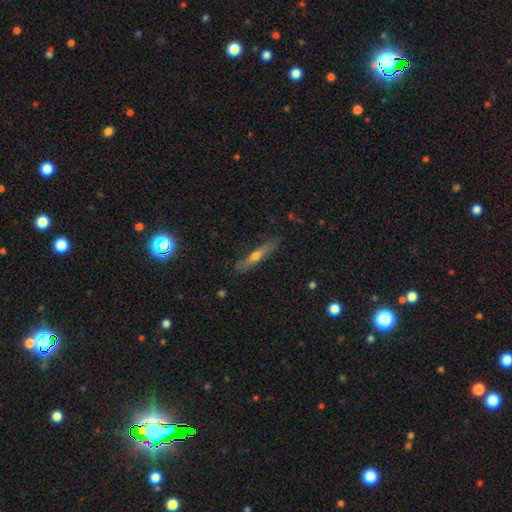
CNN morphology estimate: smooth-or-featured: featured or disk: 51% | smooth: 42% | star or artifact: 7%
  disk-edge-on: yes: 90% | no: 10%
  merging: none: 85% | minor disturbance: 11% | major disturbance: 2% | merger: 1%